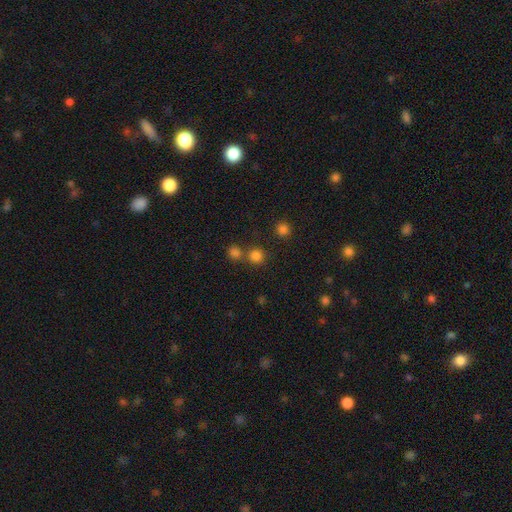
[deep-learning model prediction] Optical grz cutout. It shows a smooth galaxy with no disk features (79%) that is round (91%). Merging: none (68%).